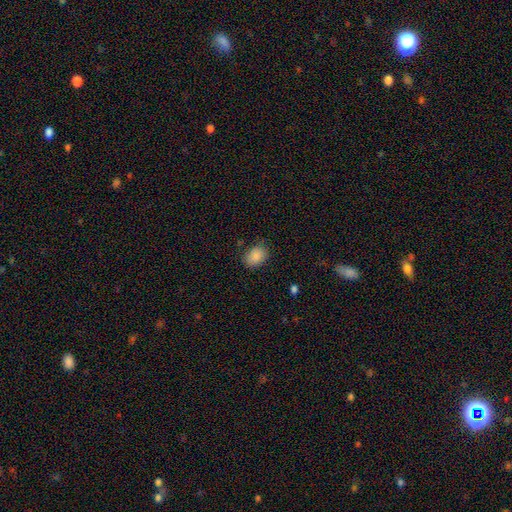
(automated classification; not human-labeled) The model was most divided on "how rounded": in between: 71%, round: 28%, cigar-shaped: 1%. More confident: smooth or featured — smooth (87%); merging — none (80%).